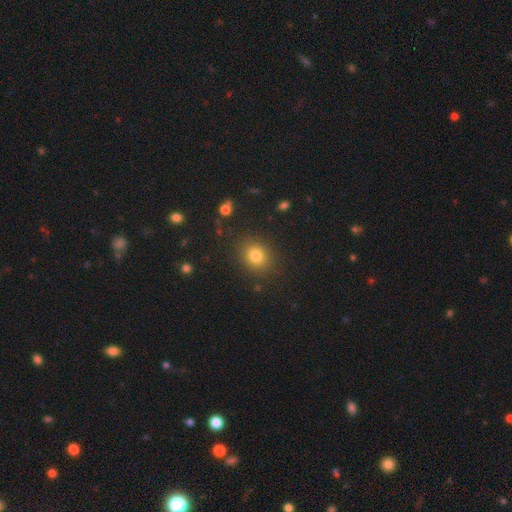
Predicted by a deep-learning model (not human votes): This is clearly a smooth galaxy (80%). How rounded: likely round (64%). Merging: clearly none (86%).